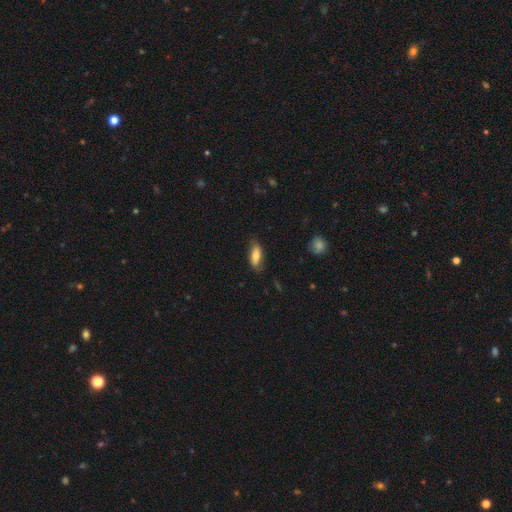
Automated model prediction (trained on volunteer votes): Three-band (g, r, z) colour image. It shows a smooth galaxy with no disk features (71%) that is in between round and cigar-shaped (74%). Merging: none (70%).